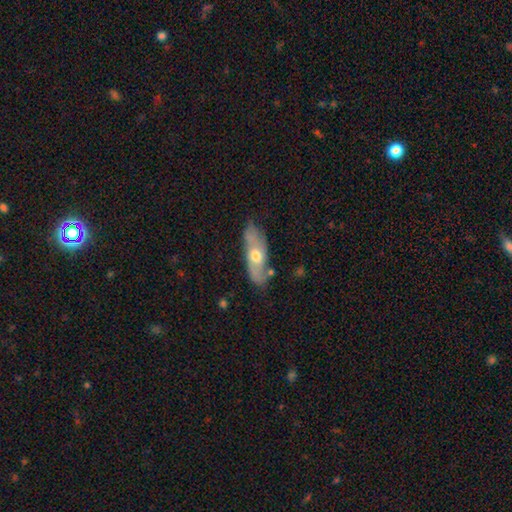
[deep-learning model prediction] featured or disk 58%, smooth 34%, star or artifact 8%. Down the decision tree: edge-on disk — no (63%); merging — none (81%).